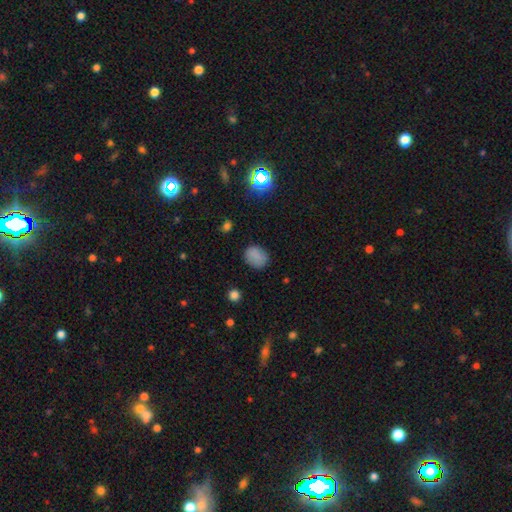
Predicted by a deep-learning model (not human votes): Smooth or featured?
  - smooth: 81% *
  - star or artifact: 12%
  - featured or disk: 6%
How rounded?
  - round: 52% *
  - in between: 46%
  - cigar-shaped: 1%
Merging?
  - none: 80% *
  - minor disturbance: 14%
  - major disturbance: 4%
  - merger: 1%